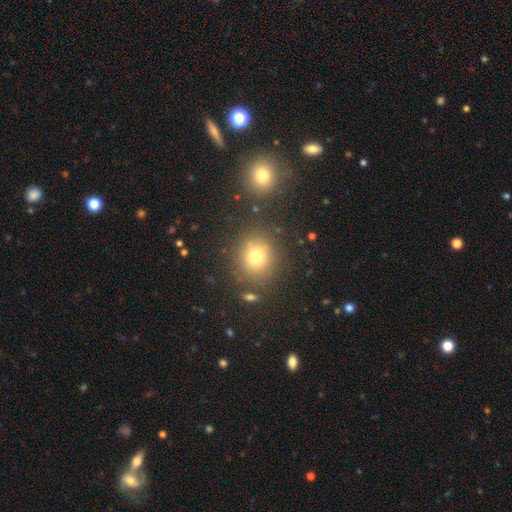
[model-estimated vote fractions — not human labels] Smooth or featured? smooth (74%)
How rounded? round (82%)
Merging? none (80%)